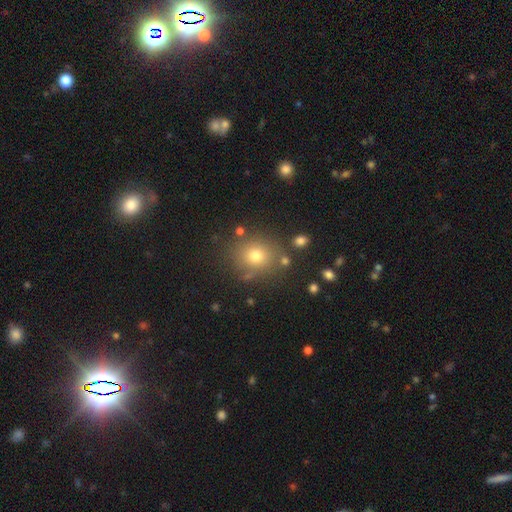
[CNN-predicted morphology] The model was most divided on "smooth or featured": smooth: 73%, star or artifact: 17%, featured or disk: 10%. More confident: how rounded — round (80%); merging — none (80%).